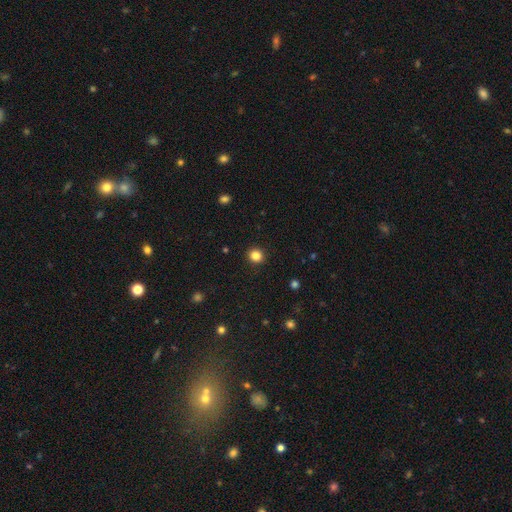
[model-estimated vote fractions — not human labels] This is clearly a smooth galaxy (85%). How rounded: clearly round (85%). Merging: clearly none (92%).